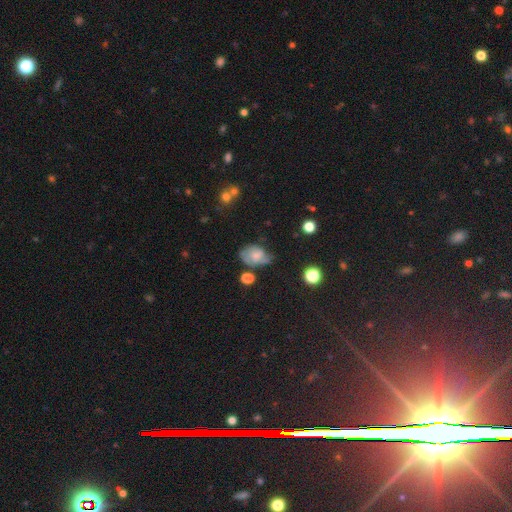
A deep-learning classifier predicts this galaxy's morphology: This appears to be a featured or disk galaxy (46%). Merging: none (38%).